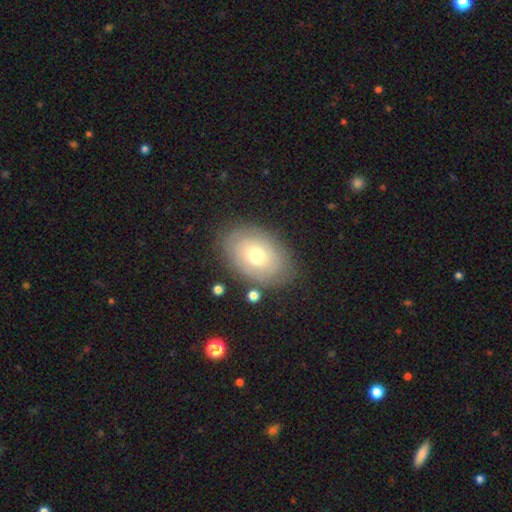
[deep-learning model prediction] A smooth galaxy with no disk features (52%) that is in between round and cigar-shaped (82%). Merging: none (79%).